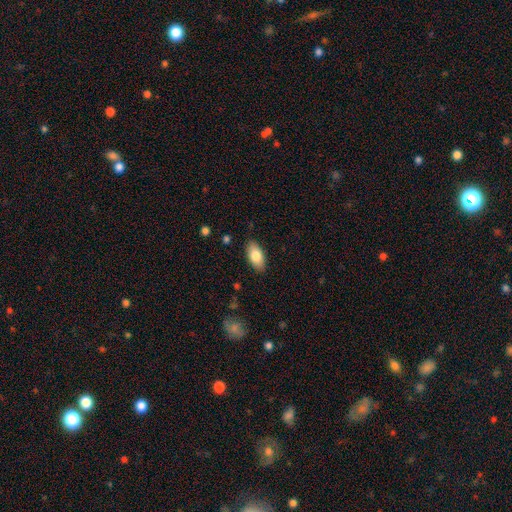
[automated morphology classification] A smooth galaxy with no disk features (81%) that is in between round and cigar-shaped (92%). Merging: none (87%).